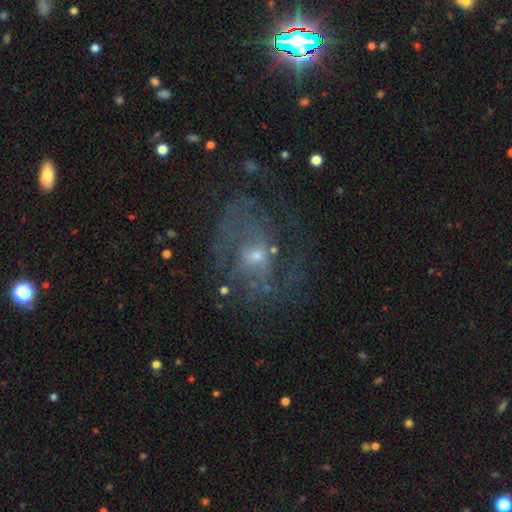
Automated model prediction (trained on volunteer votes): smooth_or_featured: featured or disk (p=0.72) [alt: star or artifact p=0.16]
disk_edge_on: no (p=0.97) [alt: yes p=0.03]
bar: no (p=0.59) [alt: weak p=0.34]
has_spiral_arms: yes (p=0.76) [alt: no p=0.24]
spiral_winding: medium (p=0.43) [alt: tight p=0.34]
spiral_arm_count: 2 (p=0.40) [alt: can't tell p=0.38]
bulge_size: small (p=0.62) [alt: moderate p=0.31]
merging: none (p=0.63) [alt: major disturbance p=0.18]